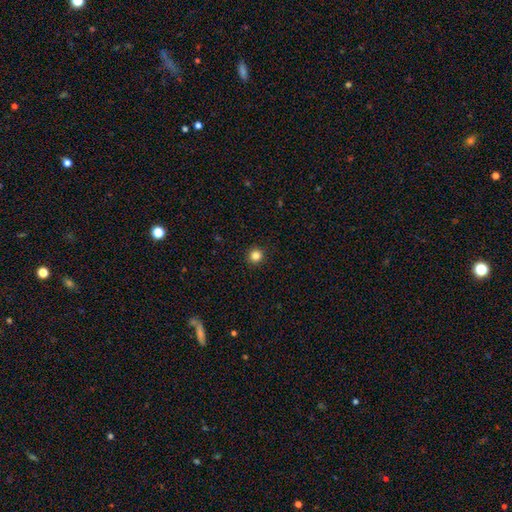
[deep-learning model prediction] This is clearly a smooth galaxy (84%). How rounded: clearly round (95%). Merging: clearly none (93%).